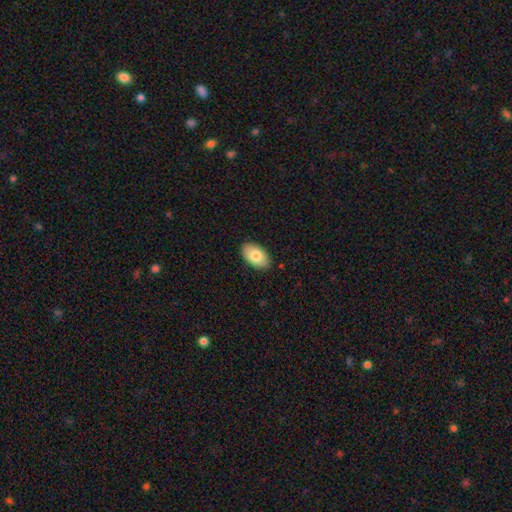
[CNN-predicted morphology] type=smooth (80%); roundness=in between (94%); merging=none (87%).